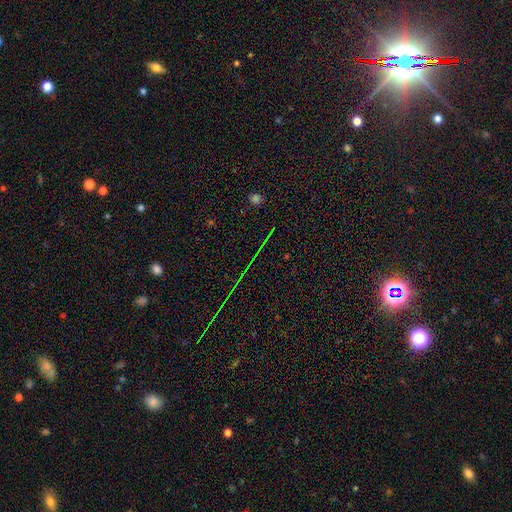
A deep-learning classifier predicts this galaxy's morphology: This is likely a star or artifact rather than a galaxy (78%).